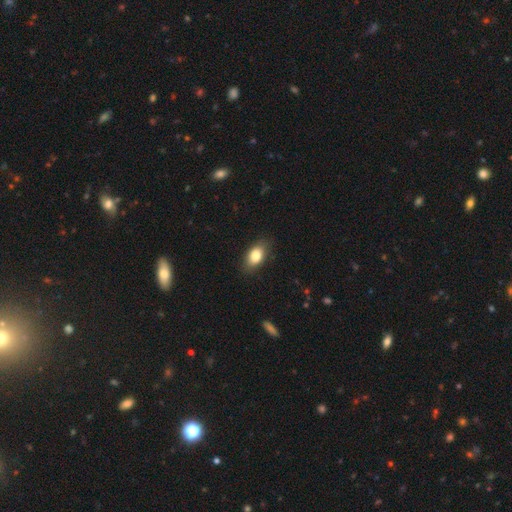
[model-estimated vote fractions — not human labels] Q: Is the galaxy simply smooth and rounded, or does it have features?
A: smooth — 82%.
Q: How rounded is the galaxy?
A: in between — 88%.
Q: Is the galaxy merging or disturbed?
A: none — 84%.